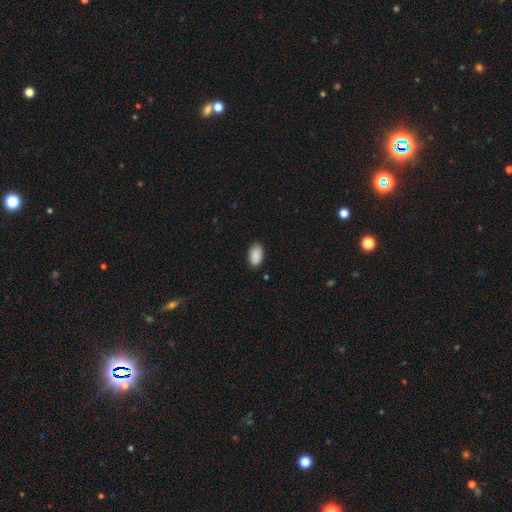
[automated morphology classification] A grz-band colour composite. It shows a smooth galaxy with no disk features (90%) that is in between round and cigar-shaped (94%). Merging: none (85%).